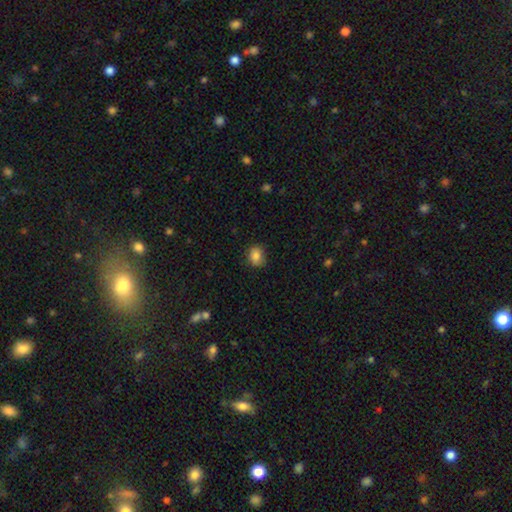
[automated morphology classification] Smooth or featured: smooth — 86% (star or artifact — 10%)
How rounded: round — 50% (in between — 49%)
Merging: none — 83% (minor disturbance — 13%)